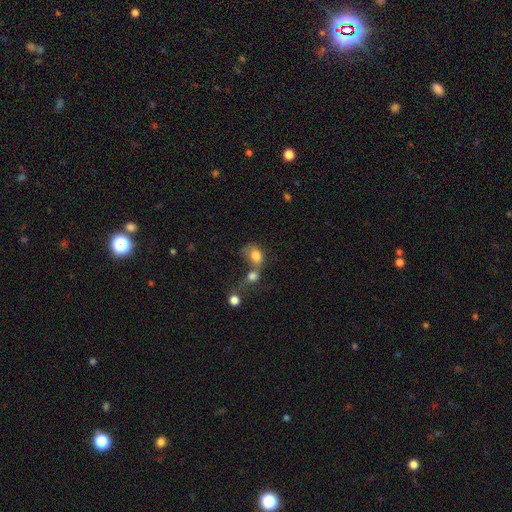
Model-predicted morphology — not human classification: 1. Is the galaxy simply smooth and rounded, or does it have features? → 78% smooth, 12% featured or disk, 10% star or artifact.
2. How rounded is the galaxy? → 67% in between, 32% round, 2% cigar-shaped.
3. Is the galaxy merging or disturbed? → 56% merger, 22% none, 11% major disturbance, 10% minor disturbance.